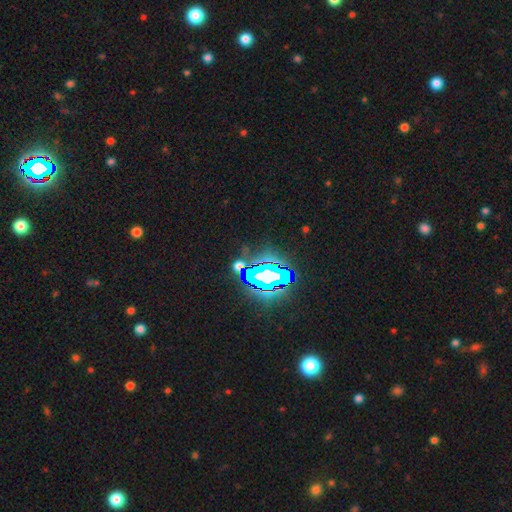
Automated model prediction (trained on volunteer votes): This appears to be a star or artifact, not a galaxy (79%).